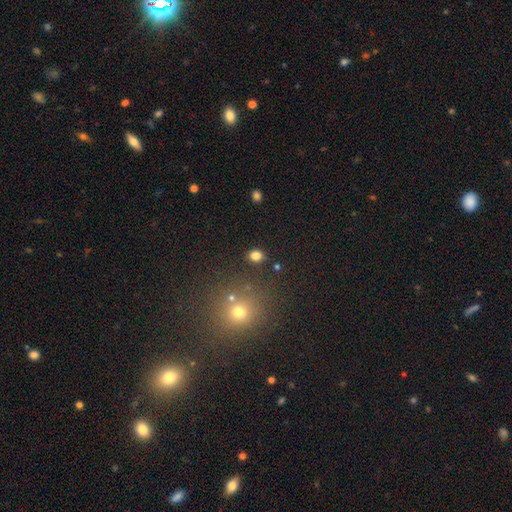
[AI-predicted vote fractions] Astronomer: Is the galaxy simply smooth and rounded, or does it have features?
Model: smooth — 80%.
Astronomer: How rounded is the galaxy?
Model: round — 60% (runner-up: in between, 39%).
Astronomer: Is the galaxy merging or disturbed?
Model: none — 84%.